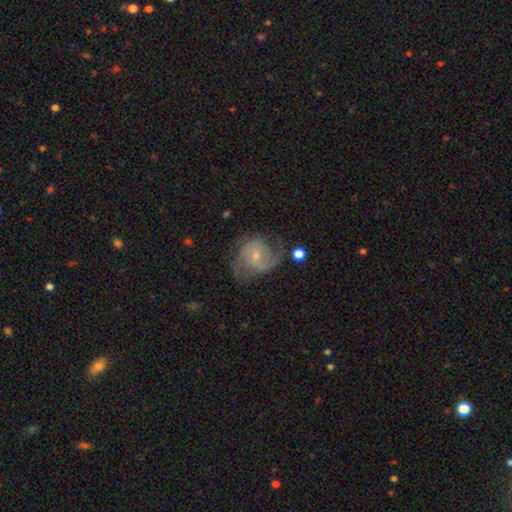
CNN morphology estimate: Overall: featured or disk (82%). Edge-on disk: no (98%). Bar: weak (49%; no 41%). Spiral arms: yes (95%). Spiral arm count: 2 (73%). Spiral winding: medium (52%; loose 26%). Bulge size: small (65%; moderate 28%). Merging: none (62%).